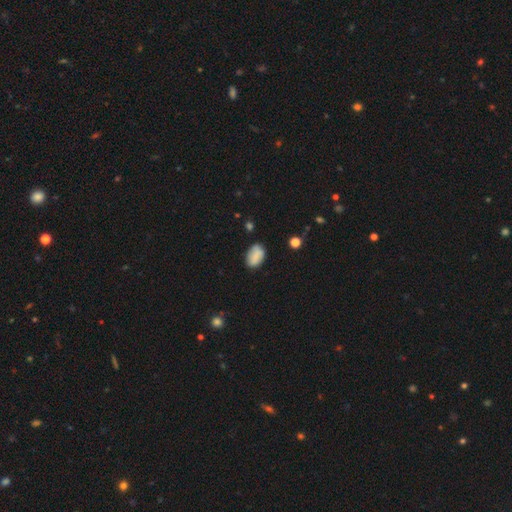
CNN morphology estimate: Smooth or featured?
  - smooth: 83% *
  - featured or disk: 9%
  - star or artifact: 8%
How rounded?
  - in between: 89% *
  - round: 10%
  - cigar-shaped: 1%
Merging?
  - none: 74% *
  - minor disturbance: 19%
  - major disturbance: 4%
  - merger: 3%